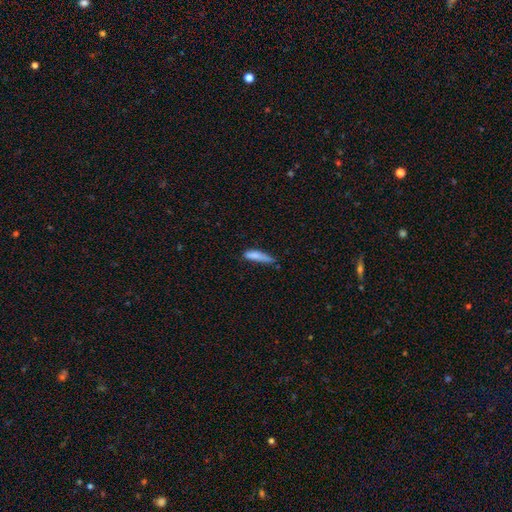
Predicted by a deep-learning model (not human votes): Smooth or featured? smooth (81%)
How rounded? cigar-shaped (77%)
Merging? none (48%)